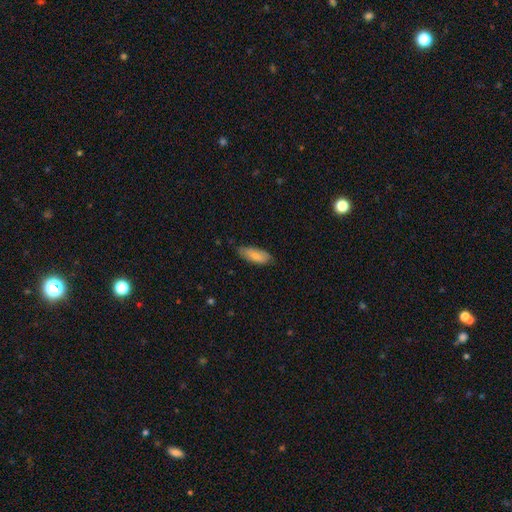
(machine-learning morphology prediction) smooth 80%, featured or disk 15%, star or artifact 6%. Down the decision tree: how rounded — in between (77%); merging — none (70%).